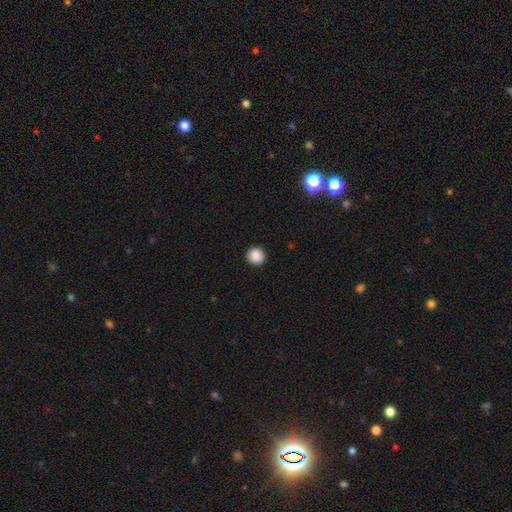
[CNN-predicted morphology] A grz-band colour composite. It shows a smooth galaxy with no disk features (88%) that is round (95%). Merging: none (93%).